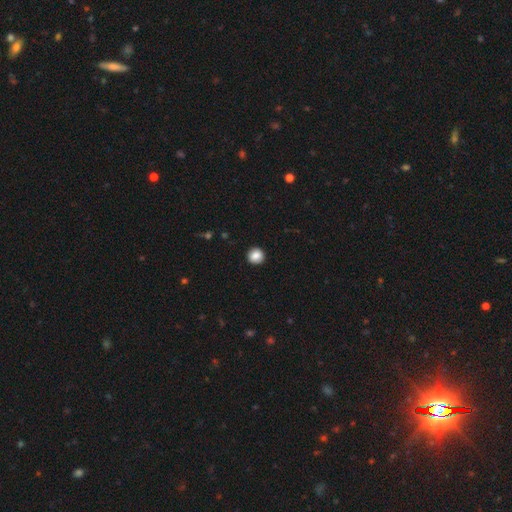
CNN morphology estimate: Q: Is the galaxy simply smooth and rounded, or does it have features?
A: smooth — 87%.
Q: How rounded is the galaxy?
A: round — 92%.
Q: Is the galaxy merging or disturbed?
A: none — 92%.